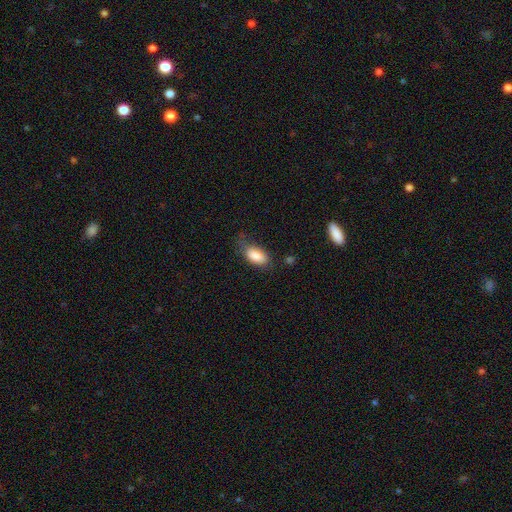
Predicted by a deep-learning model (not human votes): Q: Smooth or featured?
A: smooth (86%); runner-up: featured or disk (7%)
Q: How rounded?
A: in between (91%); runner-up: cigar-shaped (5%)
Q: Merging?
A: none (59%); runner-up: minor disturbance (29%)